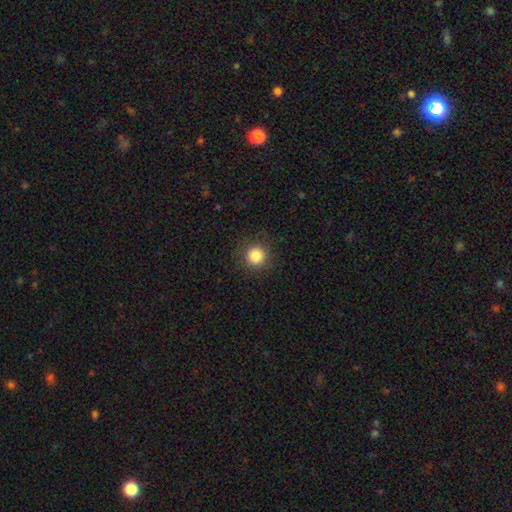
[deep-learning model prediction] This appears to be a smooth galaxy with no disk features (84%) that is round (95%). Merging: none (90%).